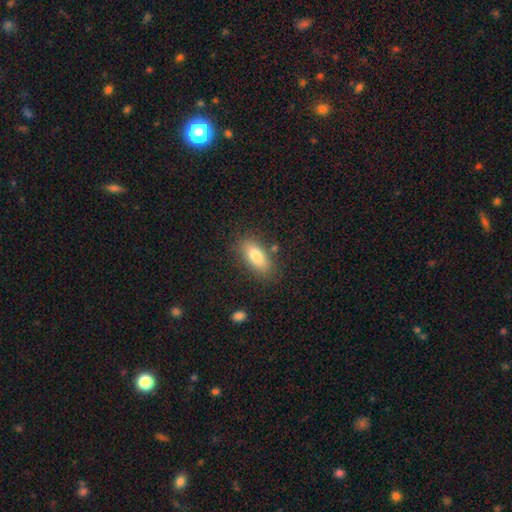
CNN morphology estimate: Q: Smooth or featured?
A: smooth (81%); runner-up: featured or disk (12%)
Q: How rounded?
A: in between (82%); runner-up: cigar-shaped (15%)
Q: Merging?
A: none (79%); runner-up: minor disturbance (14%)